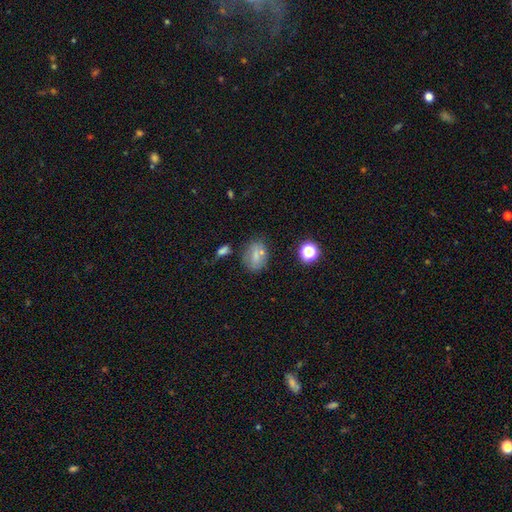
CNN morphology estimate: Smooth or featured? smooth (65%)
How rounded? in between (64%)
Merging? none (66%)